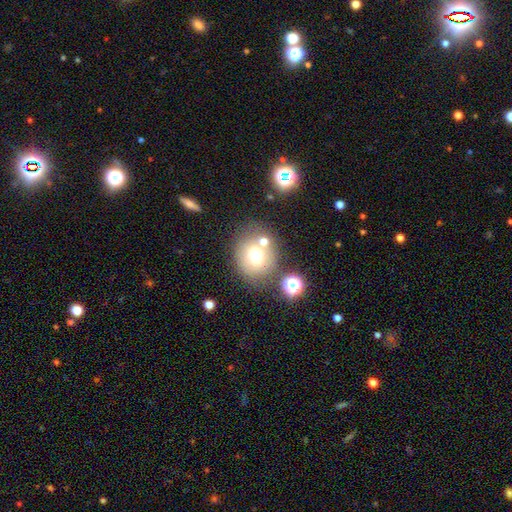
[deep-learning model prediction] Q: Smooth or featured?
A: smooth (67%); runner-up: featured or disk (19%)
Q: How rounded?
A: round (69%); runner-up: in between (30%)
Q: Merging?
A: none (63%); runner-up: merger (16%)